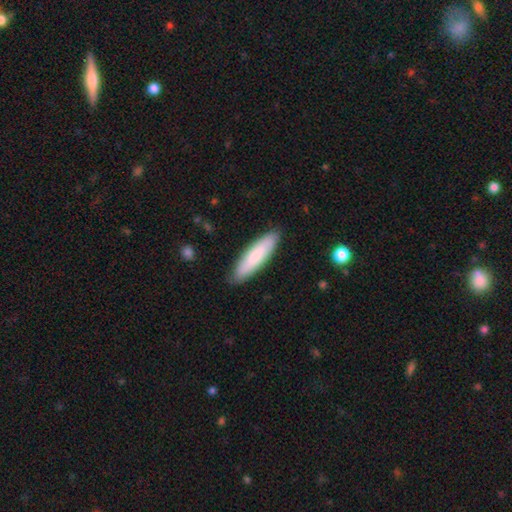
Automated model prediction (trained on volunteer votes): Smooth or featured? Predicted: smooth (p=0.77). How rounded? Predicted: cigar-shaped (p=0.67). Merging? Predicted: none (p=0.87).